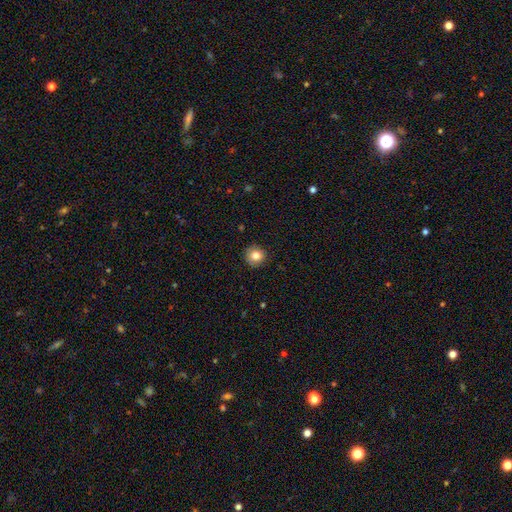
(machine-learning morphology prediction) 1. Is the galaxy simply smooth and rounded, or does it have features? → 83% smooth, 10% star or artifact, 7% featured or disk.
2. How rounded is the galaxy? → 93% round, 6% in between, 1% cigar-shaped.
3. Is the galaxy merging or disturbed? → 89% none, 8% minor disturbance, 2% major disturbance, 1% merger.